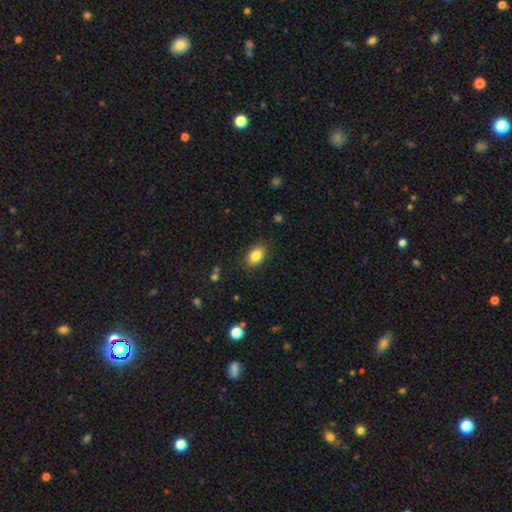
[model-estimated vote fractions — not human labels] Q: Smooth or featured?
A: smooth (85%); runner-up: star or artifact (8%)
Q: How rounded?
A: in between (84%); runner-up: round (15%)
Q: Merging?
A: none (87%); runner-up: minor disturbance (10%)